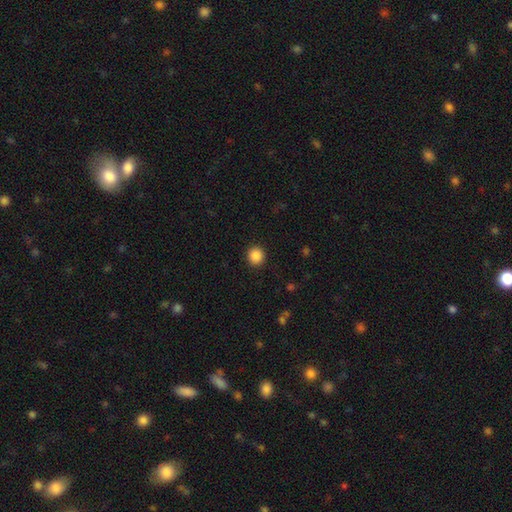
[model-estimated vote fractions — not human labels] A smooth galaxy with no disk features (87%) that is round (93%).

Vote fractions:
- Smooth or featured? smooth: 87% / star or artifact: 10% / featured or disk: 3%
- How rounded? round: 93% / in between: 6% / cigar-shaped: 1%
- Merging? none: 92% / minor disturbance: 5% / major disturbance: 2% / merger: 1%